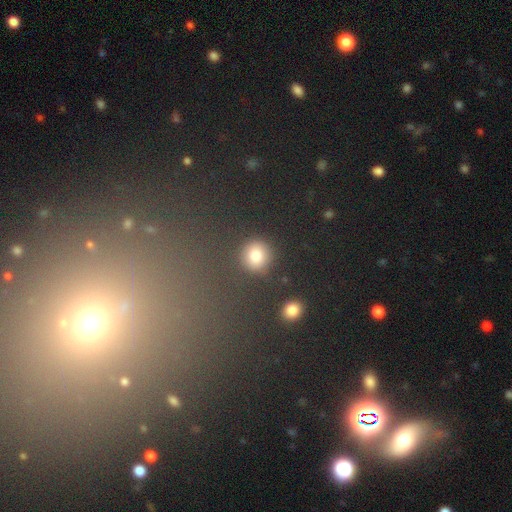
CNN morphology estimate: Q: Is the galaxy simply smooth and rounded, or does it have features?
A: smooth — 80%.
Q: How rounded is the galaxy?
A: round — 86%.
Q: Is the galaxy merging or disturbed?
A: none — 84%.